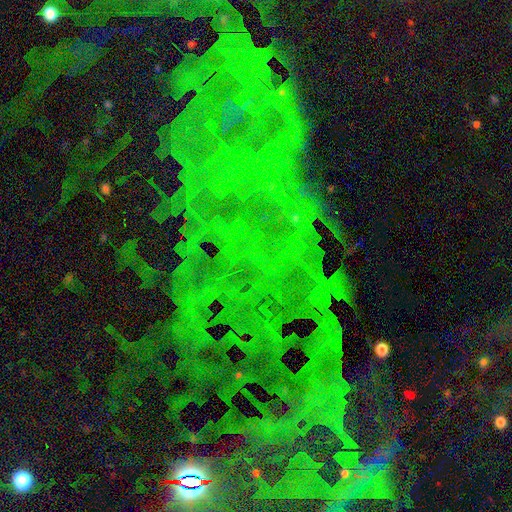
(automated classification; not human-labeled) Morphology: type=star or artifact (79%).